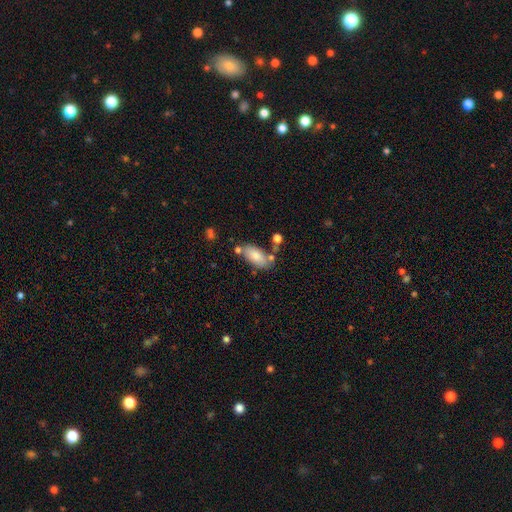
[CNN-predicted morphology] smooth-or-featured: smooth: 77% | featured or disk: 16% | star or artifact: 7%
  how-rounded: in between: 91% | cigar-shaped: 6% | round: 3%
  merging: none: 63% | minor disturbance: 18% | merger: 13% | major disturbance: 5%